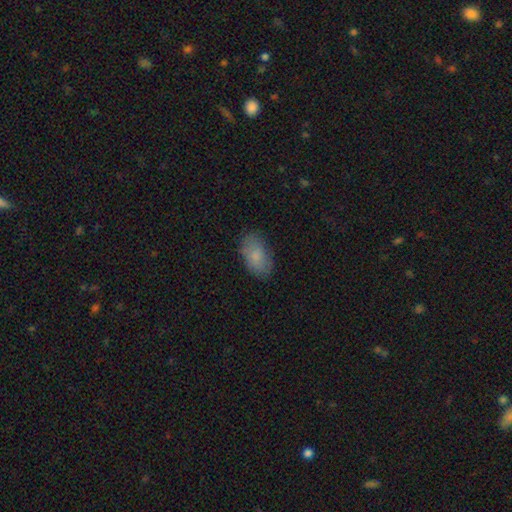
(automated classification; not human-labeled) smooth-or-featured: smooth: 82% | featured or disk: 10% | star or artifact: 7%
  how-rounded: in between: 94% | round: 5% | cigar-shaped: 2%
  merging: none: 80% | minor disturbance: 15% | major disturbance: 4% | merger: 1%